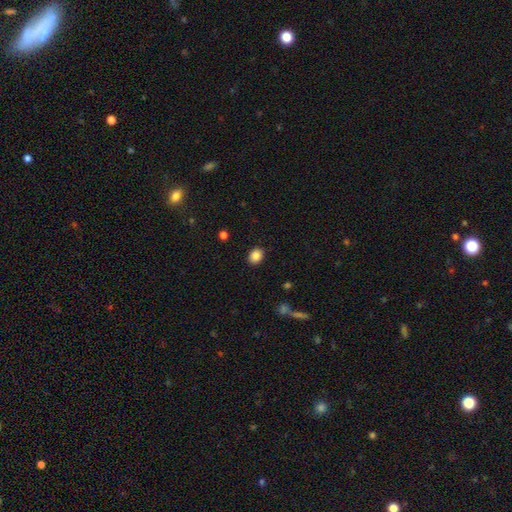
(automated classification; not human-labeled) smooth 87%, star or artifact 9%, featured or disk 4%. Down the decision tree: how rounded — in between (54%); merging — none (88%).